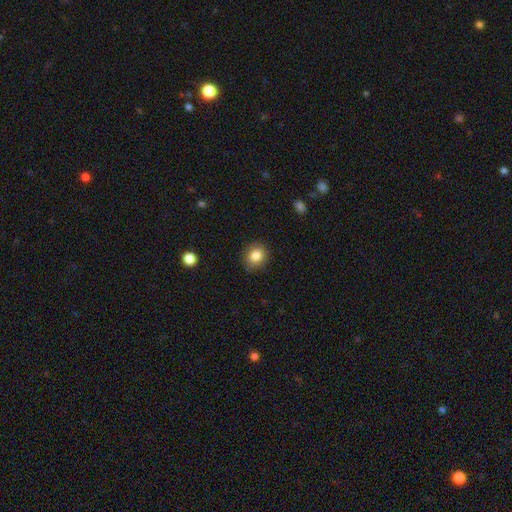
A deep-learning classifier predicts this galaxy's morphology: type=smooth (84%); roundness=round (71%); merging=none (87%).